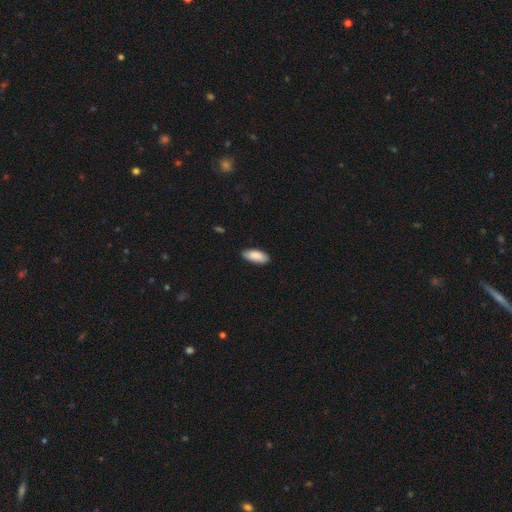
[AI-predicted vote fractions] smooth 89%, featured or disk 6%, star or artifact 5%. Down the decision tree: how rounded — in between (86%); merging — none (85%).